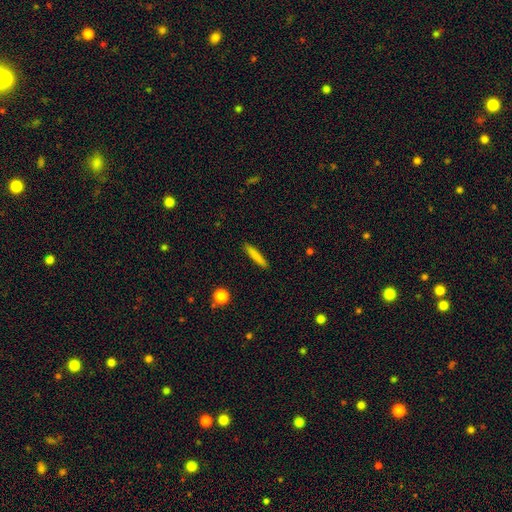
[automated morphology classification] A smooth galaxy with no disk features (81%) that is cigar-shaped (92%). Merging: none (90%).